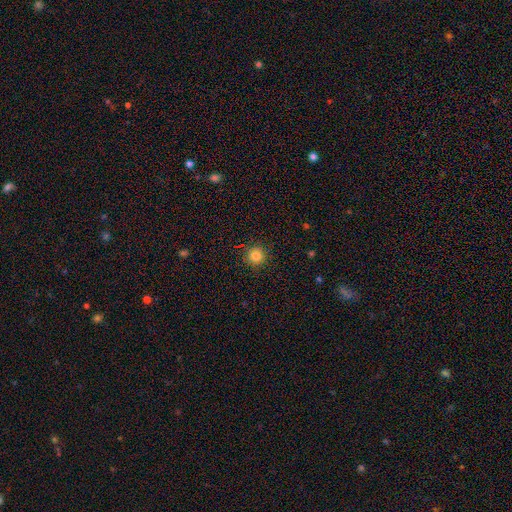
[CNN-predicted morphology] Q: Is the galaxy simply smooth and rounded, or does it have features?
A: smooth — 83%.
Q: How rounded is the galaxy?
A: round — 95%.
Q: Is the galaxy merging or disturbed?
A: none — 91%.